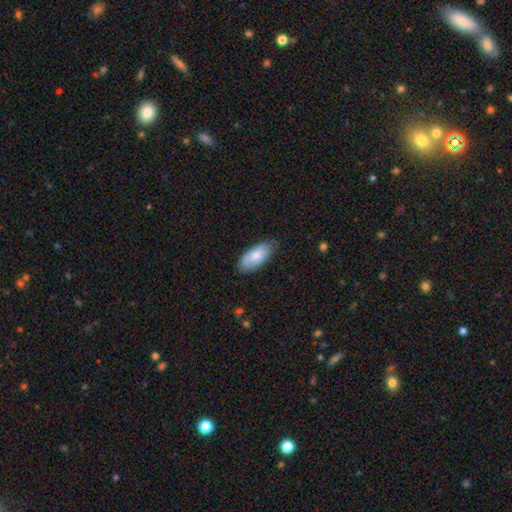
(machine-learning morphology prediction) This appears to be a smooth galaxy with no disk features (78%) that is in between round and cigar-shaped (88%). Merging: none (77%).